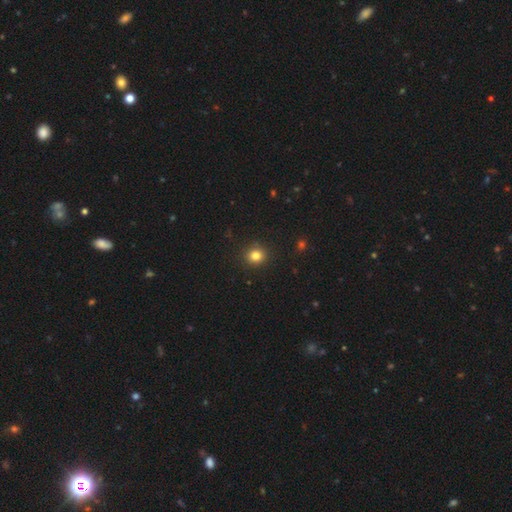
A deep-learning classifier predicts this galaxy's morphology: Smooth or featured? Predicted: smooth (p=0.82). How rounded? Predicted: round (p=0.86). Merging? Predicted: none (p=0.91).